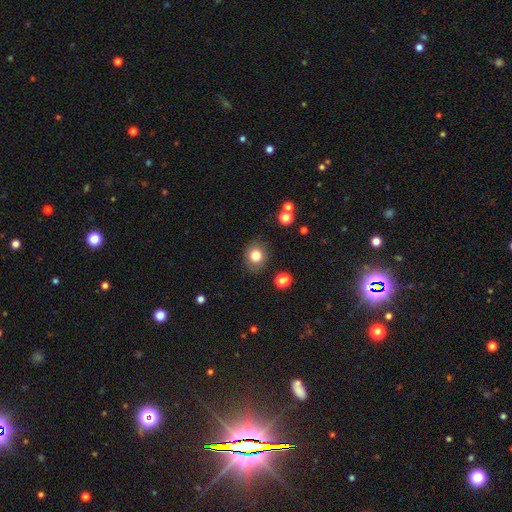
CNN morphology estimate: Smooth or featured?
  - smooth: 81% *
  - star or artifact: 11%
  - featured or disk: 8%
How rounded?
  - round: 75% *
  - in between: 24%
  - cigar-shaped: 1%
Merging?
  - none: 84% *
  - minor disturbance: 10%
  - major disturbance: 3%
  - merger: 2%